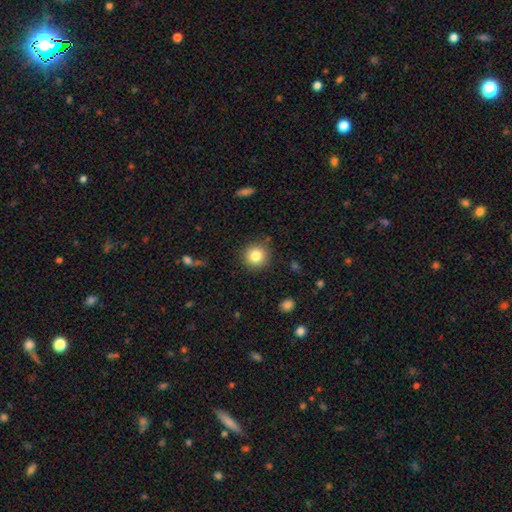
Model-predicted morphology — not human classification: A smooth galaxy with no disk features (82%) that is round (93%).

Vote fractions:
- Smooth or featured? smooth: 82% / star or artifact: 11% / featured or disk: 7%
- How rounded? round: 93% / in between: 6% / cigar-shaped: 1%
- Merging? none: 89% / minor disturbance: 7% / major disturbance: 3% / merger: 1%